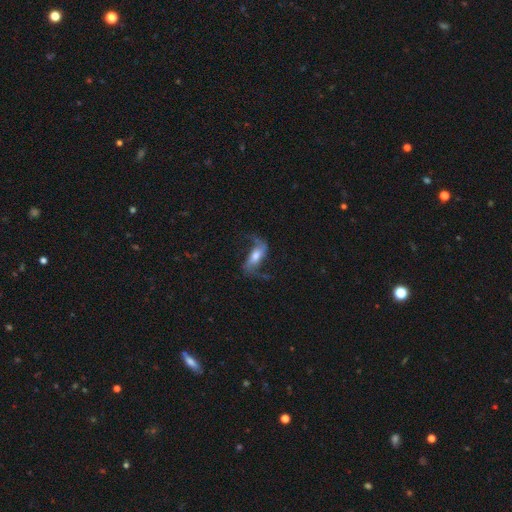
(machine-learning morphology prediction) Smooth or featured? featured or disk (74%)
Edge-on disk? no (87%)
Bar? strong (35%, tied with weak)
Spiral arms? yes (92%)
Spiral winding? loose (80%)
Spiral arm count? 2 (90%)
Bulge size? moderate (54%)
Merging? none (61%)